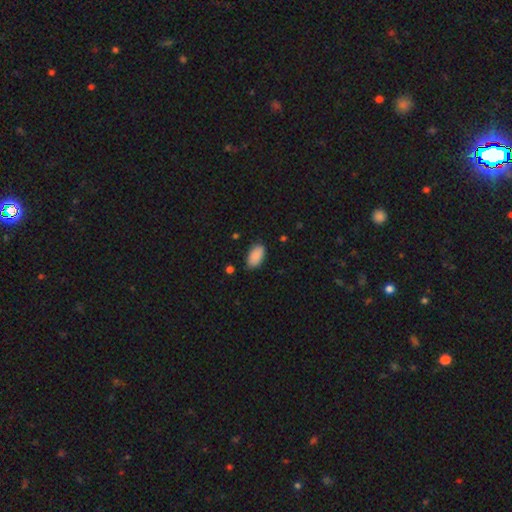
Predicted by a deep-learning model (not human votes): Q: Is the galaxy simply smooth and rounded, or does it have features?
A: smooth — 89%.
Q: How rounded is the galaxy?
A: in between — 94%.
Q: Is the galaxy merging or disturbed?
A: none — 80%.